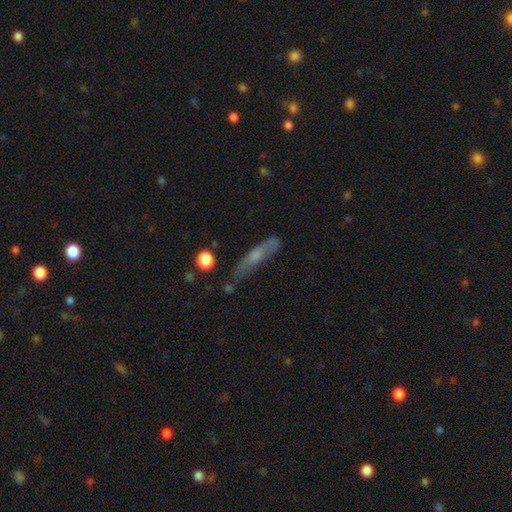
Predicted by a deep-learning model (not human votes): This is possibly a smooth galaxy (56%). How rounded: clearly cigar-shaped (82%). Merging: likely none (60%).